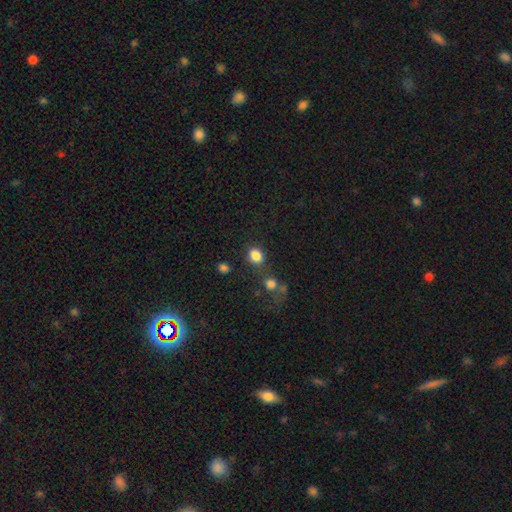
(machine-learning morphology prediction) smooth 84%, star or artifact 11%, featured or disk 5%. Down the decision tree: how rounded — round (60%); merging — none (65%).